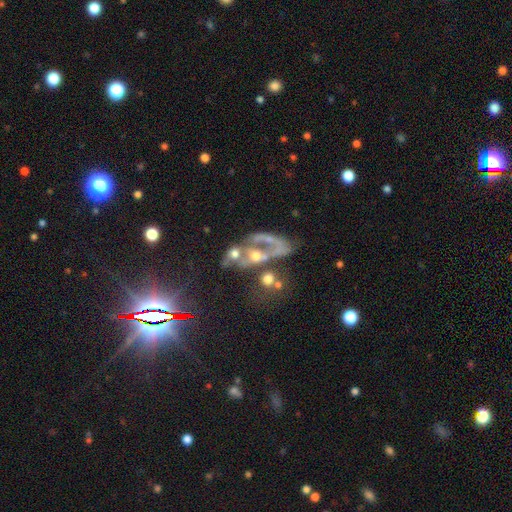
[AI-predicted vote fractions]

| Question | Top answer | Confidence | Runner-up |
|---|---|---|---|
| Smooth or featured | featured or disk | 58% | smooth (22%) |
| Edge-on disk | no | 95% | yes (5%) |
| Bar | no | 81% | weak (13%) |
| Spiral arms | no | 69% | yes (31%) |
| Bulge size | moderate | 41% | none (24%) |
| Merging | merger | 44% | major disturbance (28%) |